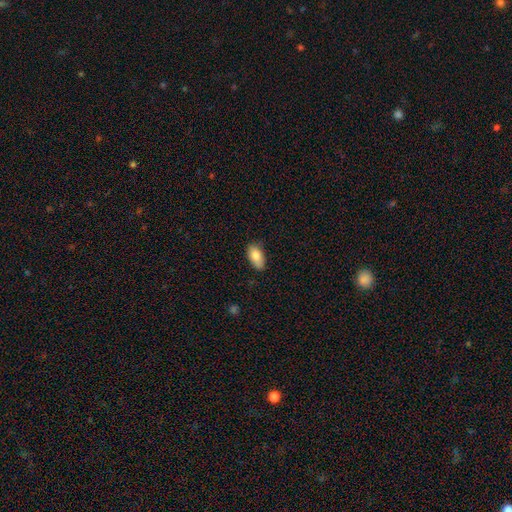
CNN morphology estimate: Smooth or featured? Predicted: smooth (p=0.82). How rounded? Predicted: in between (p=0.92). Merging? Predicted: none (p=0.78).